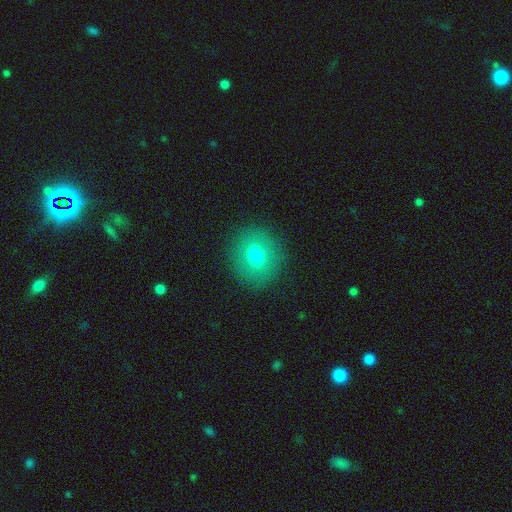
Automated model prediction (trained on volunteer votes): Morphology: type=smooth (71%); roundness=round (76%); merging=none (88%).